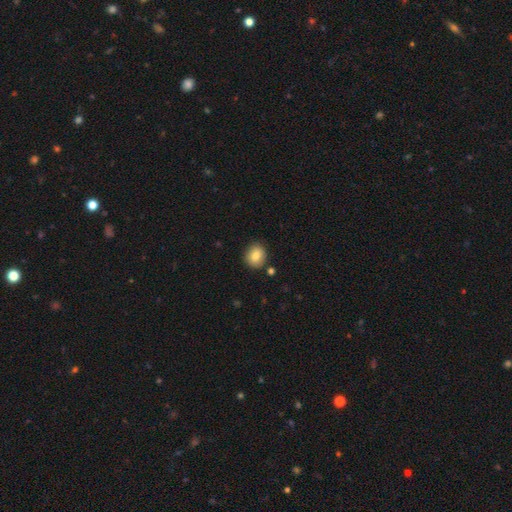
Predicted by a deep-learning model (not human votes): Morphology: type=smooth (83%); roundness=round (71%); merging=none (85%).